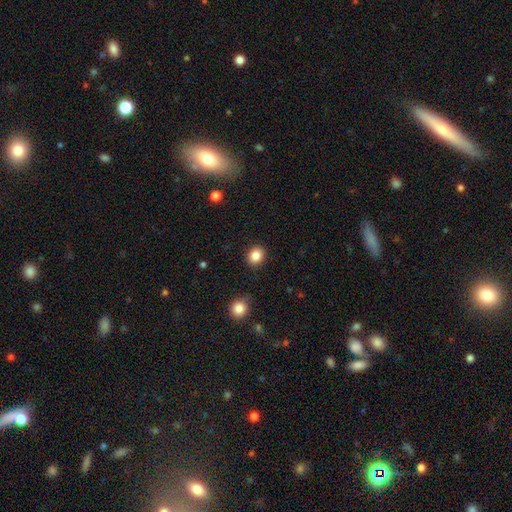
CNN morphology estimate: This is clearly a smooth galaxy (86%). How rounded: likely round (69%). Merging: clearly none (88%).